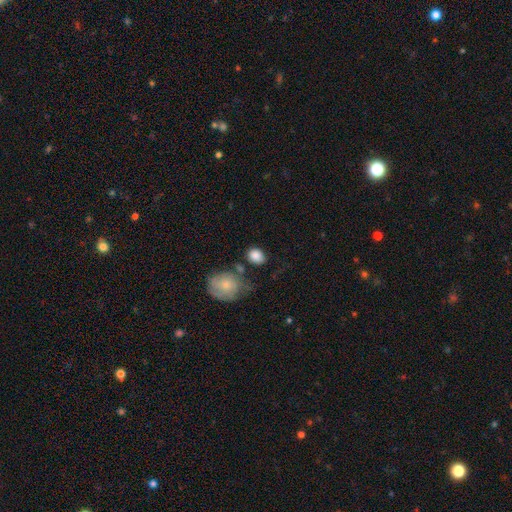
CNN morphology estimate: Smooth or featured: smooth — 85% (featured or disk — 8%)
How rounded: in between — 55% (round — 44%)
Merging: none — 64% (minor disturbance — 19%)